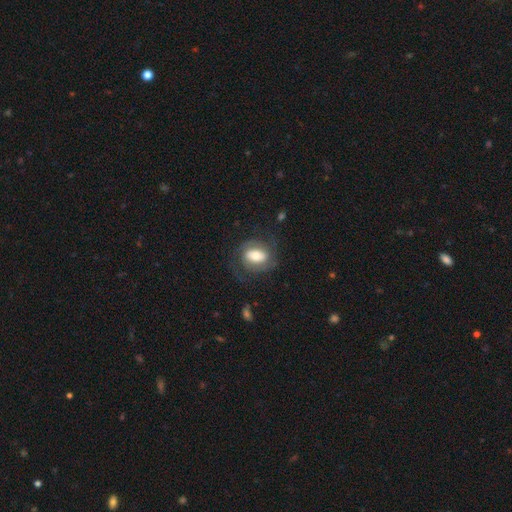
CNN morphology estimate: Overall: featured or disk (50%; smooth 43%). Edge-on disk: no (95%). Merging: none (65%).